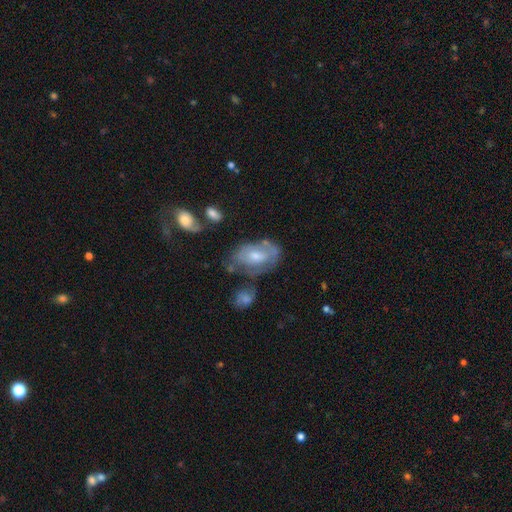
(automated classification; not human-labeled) This appears to be a featured or disk galaxy (56%) with no bar (70%), spiral arms (51%) and a moderate central bulge (54%). Merging: none (45%).